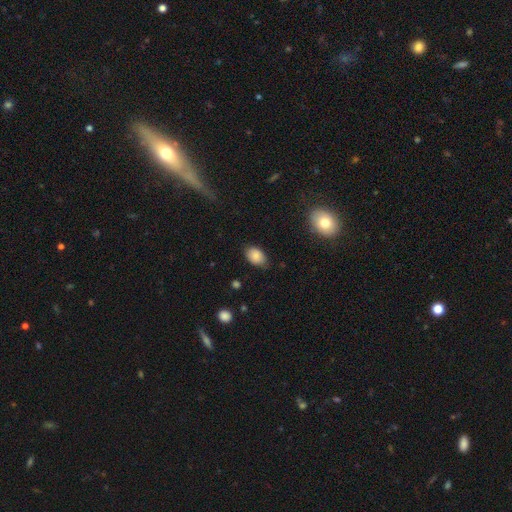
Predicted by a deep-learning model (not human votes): Smooth or featured?
  - smooth: 84% *
  - star or artifact: 9%
  - featured or disk: 8%
How rounded?
  - in between: 84% *
  - round: 15%
  - cigar-shaped: 1%
Merging?
  - none: 76% *
  - minor disturbance: 19%
  - major disturbance: 3%
  - merger: 1%